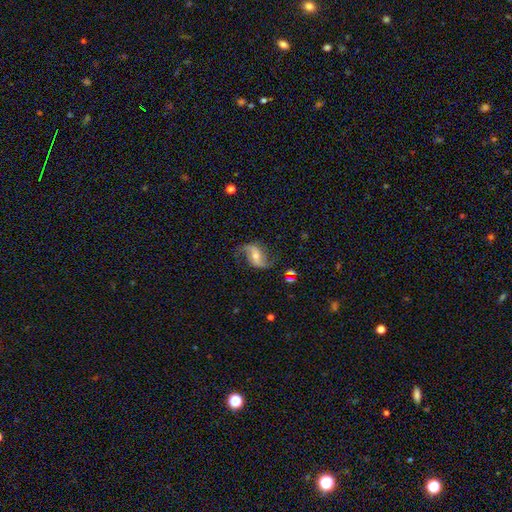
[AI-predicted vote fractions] featured or disk 85%, smooth 8%, star or artifact 7%. Down the decision tree: edge-on disk — no (97%); bar — weak (38%, tied with no); spiral arms — yes (95%); spiral arm count — 2 (93%); spiral winding — loose (79%); bulge size — moderate (53%); merging — none (76%).